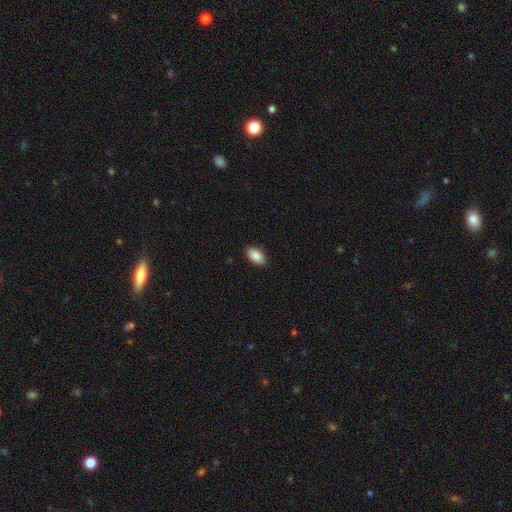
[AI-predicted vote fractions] This appears to be a smooth galaxy with no disk features (88%) that is in between round and cigar-shaped (94%). Merging: none (88%).